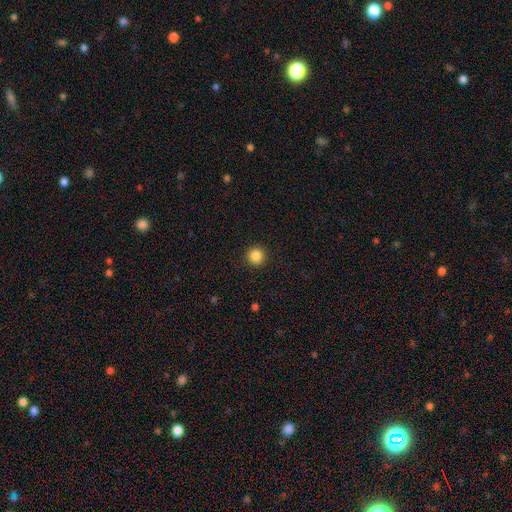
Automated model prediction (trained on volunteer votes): Morphology: type=smooth (86%); roundness=round (95%); merging=none (92%).